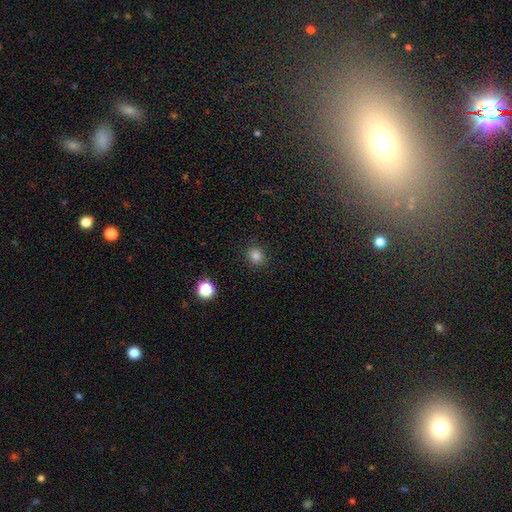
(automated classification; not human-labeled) smooth-or-featured: smooth: 82% | star or artifact: 13% | featured or disk: 5%
  how-rounded: round: 78% | in between: 21% | cigar-shaped: 1%
  merging: none: 88% | minor disturbance: 8% | major disturbance: 3% | merger: 1%